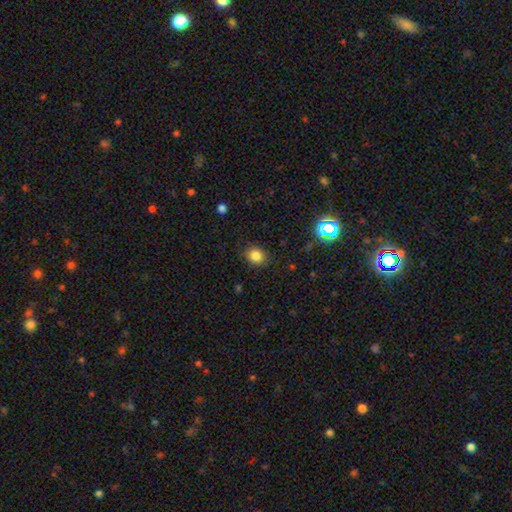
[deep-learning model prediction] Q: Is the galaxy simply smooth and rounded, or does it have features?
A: smooth — 82%.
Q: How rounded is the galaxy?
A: round — 67%.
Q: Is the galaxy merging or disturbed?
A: none — 86%.